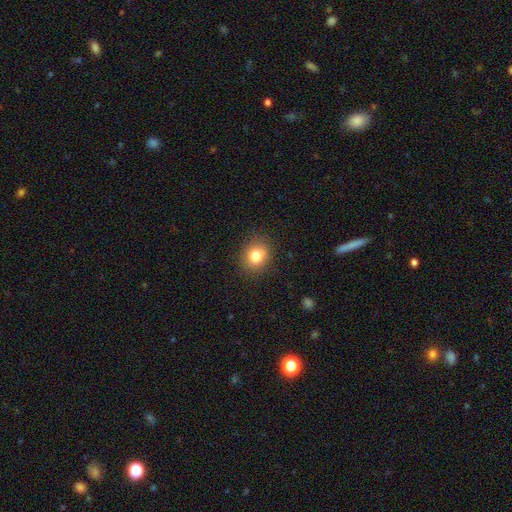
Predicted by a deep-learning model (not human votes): This appears to be a smooth galaxy with no disk features (81%) that is round (65%). Merging: none (88%).